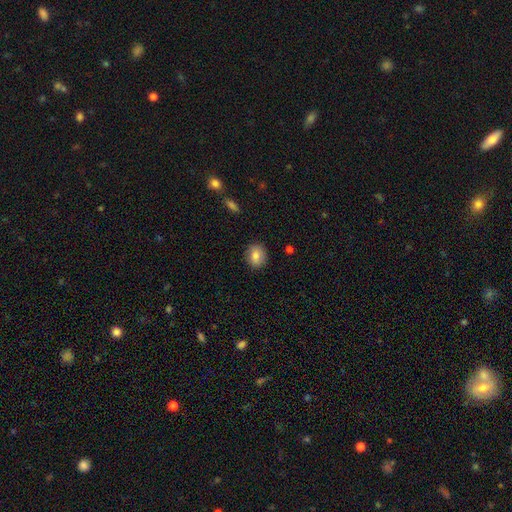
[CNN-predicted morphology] This is clearly a smooth galaxy (82%). How rounded: likely round (70%). Merging: clearly none (87%).